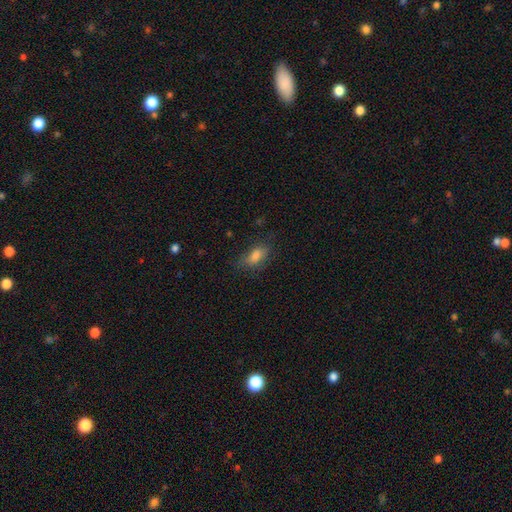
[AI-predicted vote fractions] This appears to be a smooth galaxy with no disk features (75%) that is in between round and cigar-shaped (81%). Merging: none (70%).